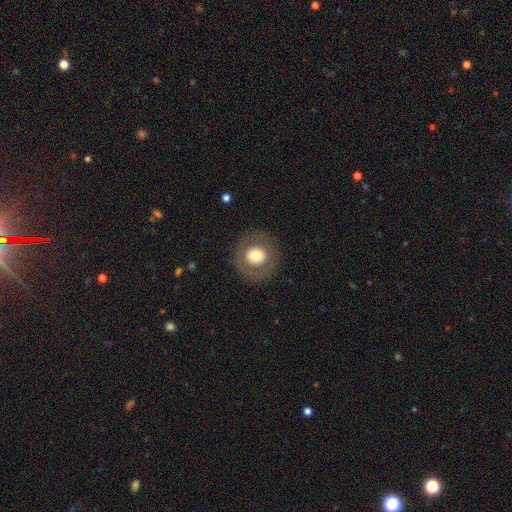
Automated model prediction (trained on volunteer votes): Smooth or featured? smooth (66%)
How rounded? round (93%)
Merging? none (86%)